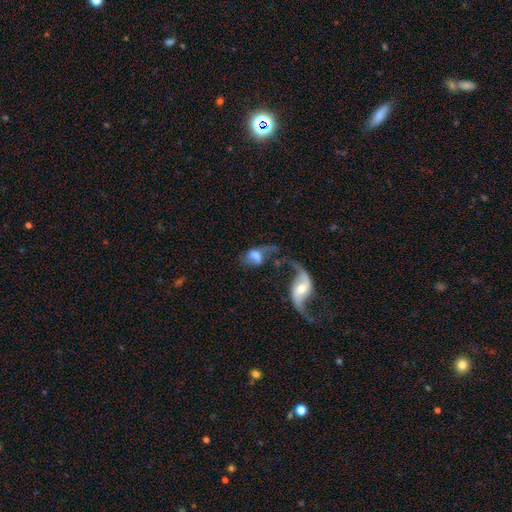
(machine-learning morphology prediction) featured or disk 58%, smooth 34%, star or artifact 9%. Down the decision tree: edge-on disk — no (94%); bar — weak (43%); spiral arms — yes (71%); bulge size — moderate (40%); merging — merger (40%).